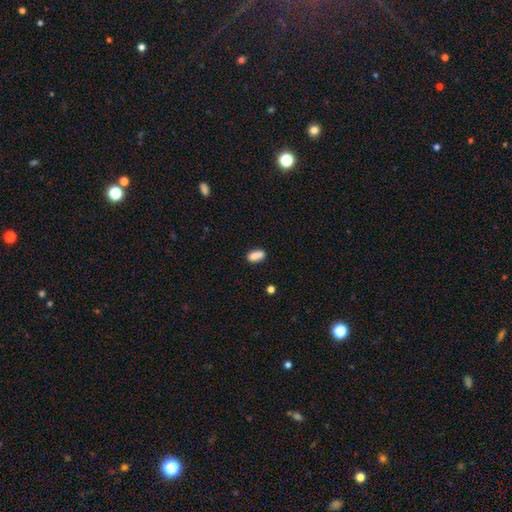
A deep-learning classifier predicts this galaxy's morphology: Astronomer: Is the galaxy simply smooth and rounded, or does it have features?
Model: smooth — 83%.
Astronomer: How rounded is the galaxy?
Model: in between — 86%.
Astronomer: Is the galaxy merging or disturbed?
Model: none — 64%.